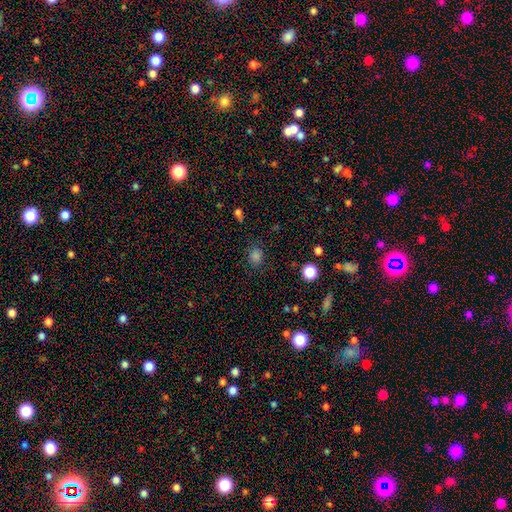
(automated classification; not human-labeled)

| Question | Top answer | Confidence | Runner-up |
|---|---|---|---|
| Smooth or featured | smooth | 76% | star or artifact (20%) |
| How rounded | round | 68% | in between (31%) |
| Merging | none | 83% | minor disturbance (12%) |